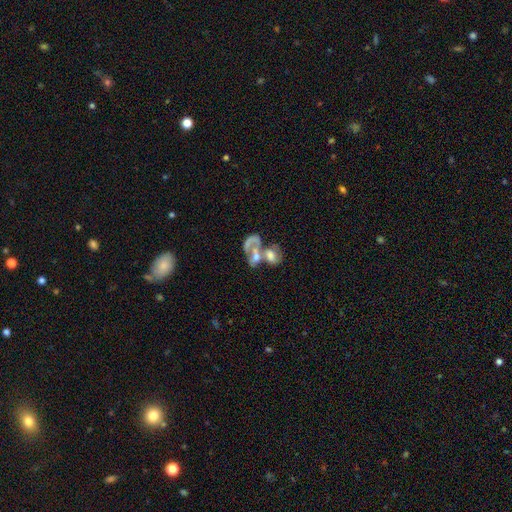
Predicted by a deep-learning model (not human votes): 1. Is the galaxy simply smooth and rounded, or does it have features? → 51% featured or disk, 39% smooth, 10% star or artifact.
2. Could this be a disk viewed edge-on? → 97% no, 3% yes.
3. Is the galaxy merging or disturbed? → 68% merger, 16% major disturbance, 10% none, 6% minor disturbance.